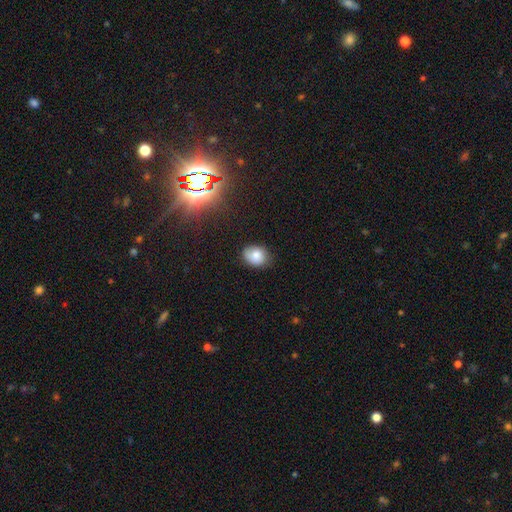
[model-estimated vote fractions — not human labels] Q: Smooth or featured?
A: smooth (76%); runner-up: featured or disk (14%)
Q: How rounded?
A: in between (56%); runner-up: round (43%)
Q: Merging?
A: none (73%); runner-up: minor disturbance (21%)